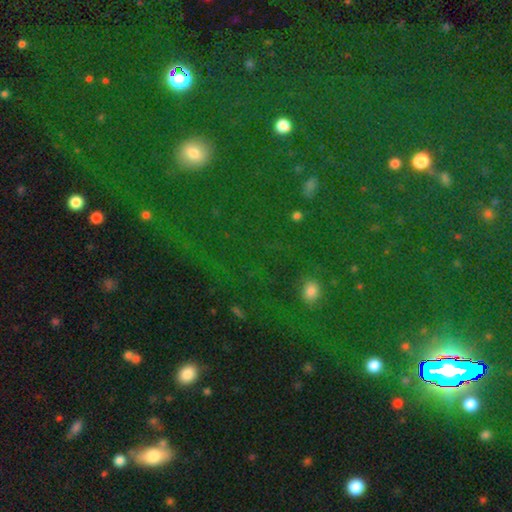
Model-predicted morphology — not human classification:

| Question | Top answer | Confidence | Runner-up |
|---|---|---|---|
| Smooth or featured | star or artifact | 60% | smooth (30%) |